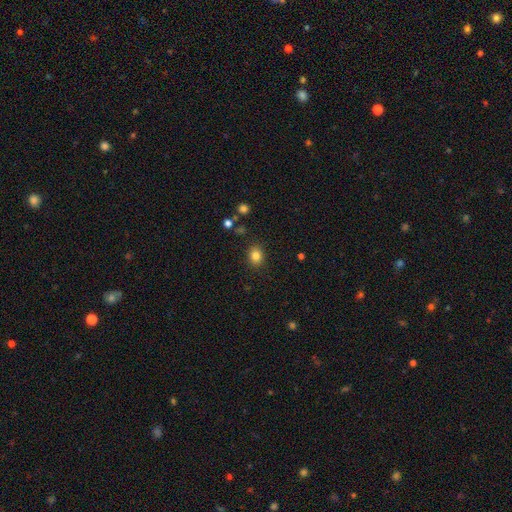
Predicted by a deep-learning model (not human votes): smooth_or_featured: smooth (p=0.83) [alt: star or artifact p=0.11]
how_rounded: round (p=0.57) [alt: in between p=0.43]
merging: none (p=0.87) [alt: minor disturbance p=0.08]